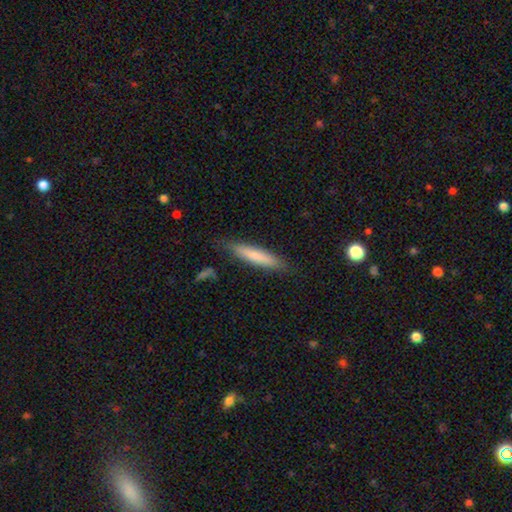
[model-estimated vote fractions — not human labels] A smooth galaxy with no disk features (75%) that is cigar-shaped (89%). Merging: none (83%).